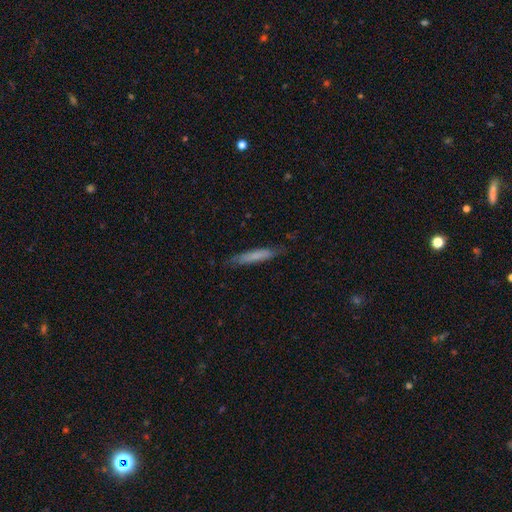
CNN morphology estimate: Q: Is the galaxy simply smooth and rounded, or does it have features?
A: smooth — 68%.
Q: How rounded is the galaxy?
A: cigar-shaped — 91%.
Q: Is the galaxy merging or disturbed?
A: none — 81%.